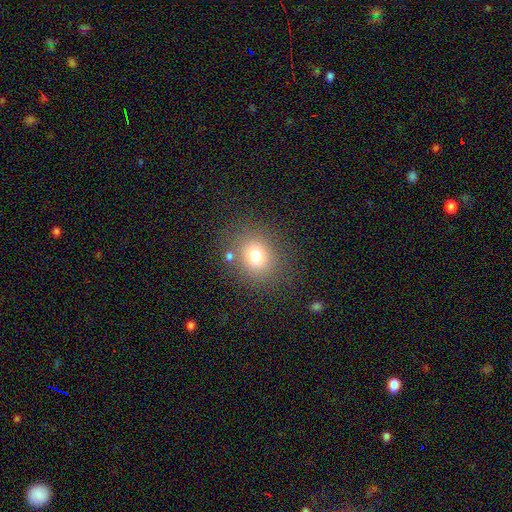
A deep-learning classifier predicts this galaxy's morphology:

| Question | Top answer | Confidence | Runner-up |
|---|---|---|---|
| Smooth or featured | smooth | 74% | star or artifact (15%) |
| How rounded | round | 68% | in between (31%) |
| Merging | none | 78% | minor disturbance (11%) |